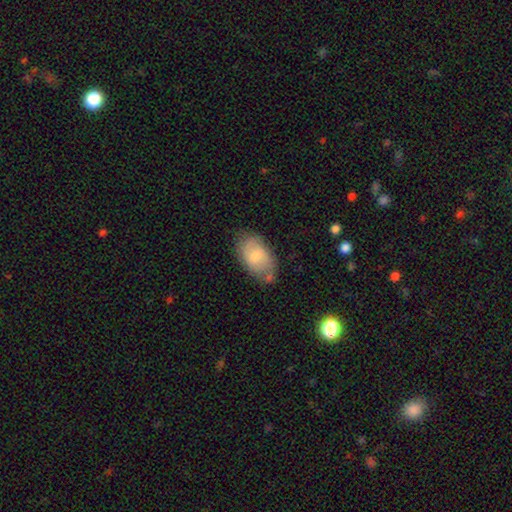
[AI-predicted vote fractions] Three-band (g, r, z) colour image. It shows a smooth galaxy with no disk features (67%) that is in between round and cigar-shaped (93%). Merging: none (61%).